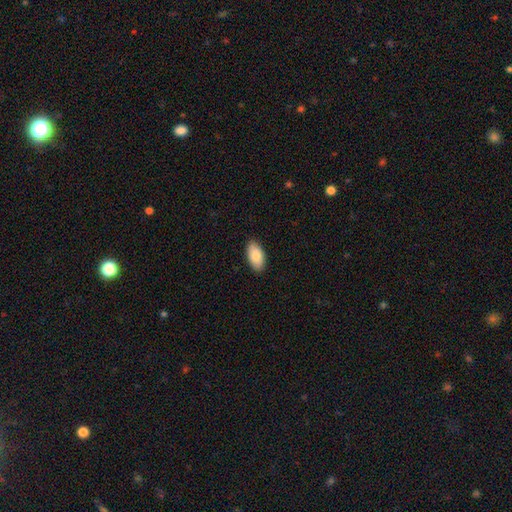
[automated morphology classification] smooth 86%, featured or disk 8%, star or artifact 6%. Down the decision tree: how rounded — in between (95%); merging — none (87%).